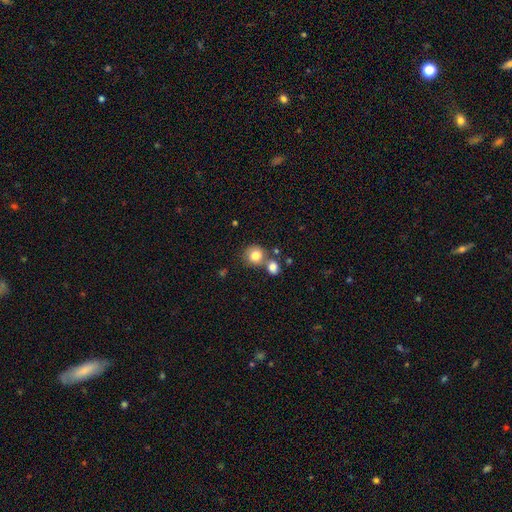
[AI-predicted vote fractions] Smooth or featured? Predicted: smooth (p=0.81). How rounded? Predicted: round (p=0.84). Merging? Predicted: none (p=0.56).